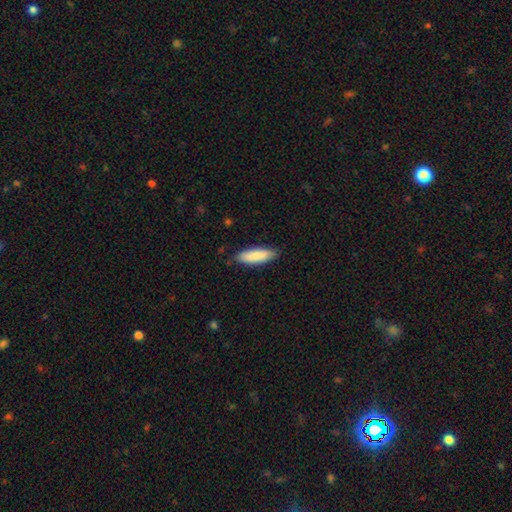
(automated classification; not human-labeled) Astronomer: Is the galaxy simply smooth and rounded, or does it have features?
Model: smooth — 86%.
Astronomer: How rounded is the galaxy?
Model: in between — 51% (runner-up: cigar-shaped, 48%).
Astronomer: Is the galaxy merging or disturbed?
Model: none — 84%.